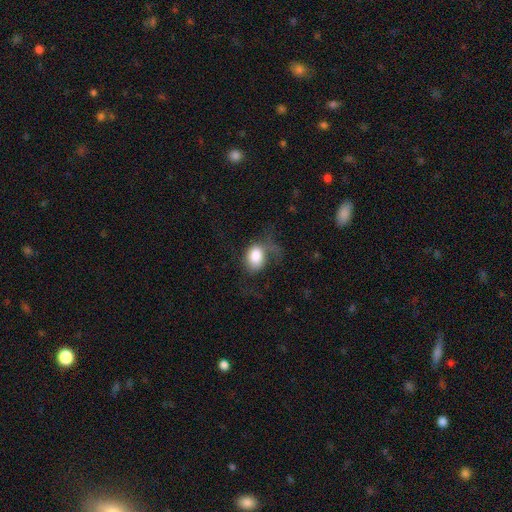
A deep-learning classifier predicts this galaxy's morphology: Smooth or featured?
  - smooth: 76% *
  - featured or disk: 16%
  - star or artifact: 8%
How rounded?
  - in between: 65% *
  - round: 34%
  - cigar-shaped: 1%
Merging?
  - major disturbance: 38% *
  - none: 33%
  - minor disturbance: 26%
  - merger: 3%